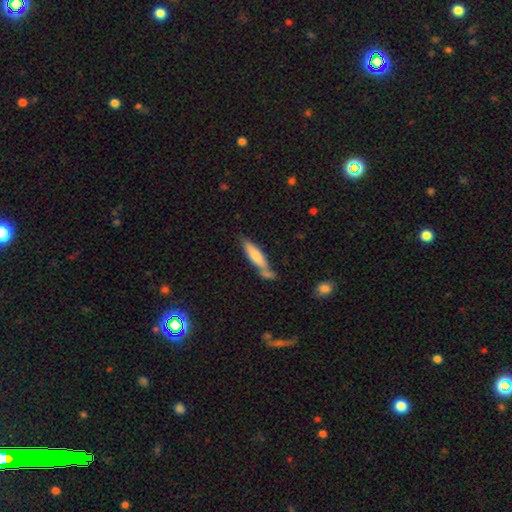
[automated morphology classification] Smooth or featured? smooth (68%)
How rounded? cigar-shaped (72%)
Merging? none (50%)